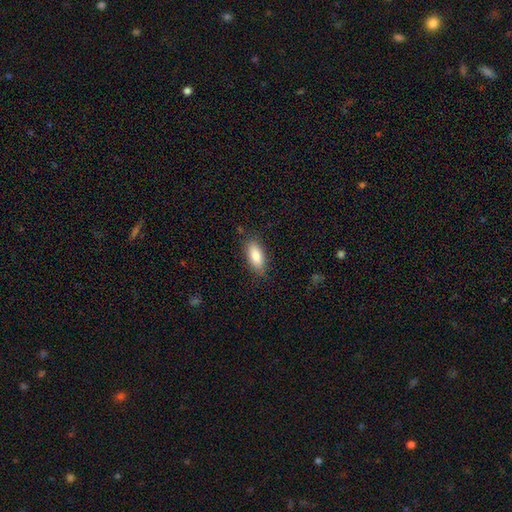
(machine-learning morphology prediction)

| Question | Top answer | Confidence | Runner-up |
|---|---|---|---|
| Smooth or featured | smooth | 85% | featured or disk (8%) |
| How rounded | in between | 81% | cigar-shaped (16%) |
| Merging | none | 83% | minor disturbance (12%) |